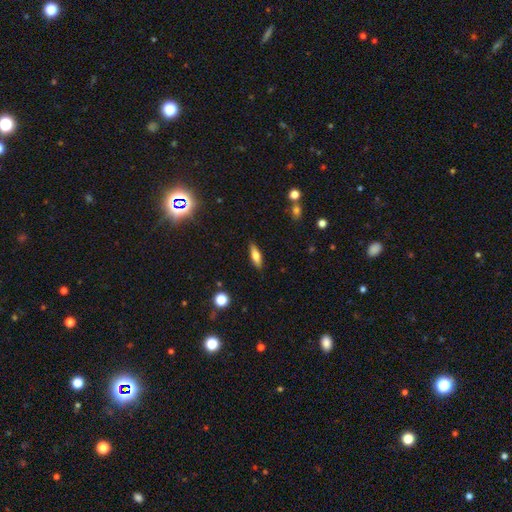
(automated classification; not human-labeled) This appears to be a smooth galaxy with no disk features (62%) that is in between round and cigar-shaped (51%). Merging: none (87%).